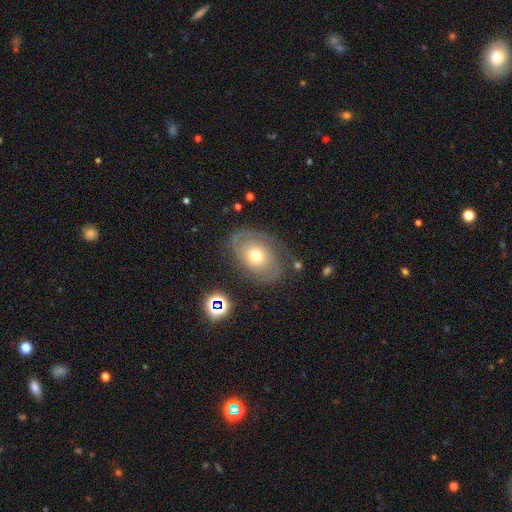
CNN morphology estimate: Smooth or featured: featured or disk — 75% (smooth — 18%)
Edge-on disk: no — 96% (yes — 4%)
Bar: no — 80% (weak — 16%)
Spiral arms: yes — 87% (no — 13%)
Spiral winding: tight — 55% (medium — 33%)
Spiral arm count: 2 — 64% (can't tell — 17%)
Bulge size: moderate — 69% (small — 21%)
Merging: none — 69% (minor disturbance — 18%)